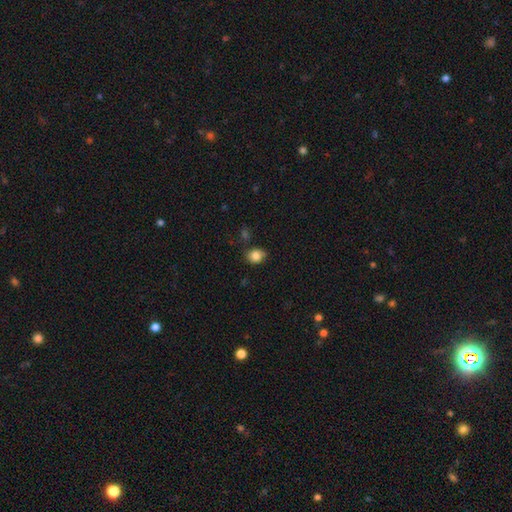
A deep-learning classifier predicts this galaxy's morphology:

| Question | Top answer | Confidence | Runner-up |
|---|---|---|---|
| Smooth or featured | smooth | 83% | star or artifact (10%) |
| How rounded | round | 50% | in between (49%) |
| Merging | none | 74% | minor disturbance (19%) |